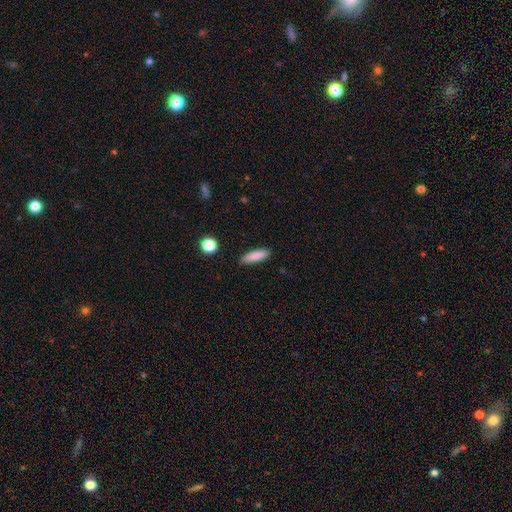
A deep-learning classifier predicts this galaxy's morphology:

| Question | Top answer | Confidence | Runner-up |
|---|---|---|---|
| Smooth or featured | smooth | 86% | featured or disk (7%) |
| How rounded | cigar-shaped | 57% | in between (41%) |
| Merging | none | 86% | minor disturbance (10%) |